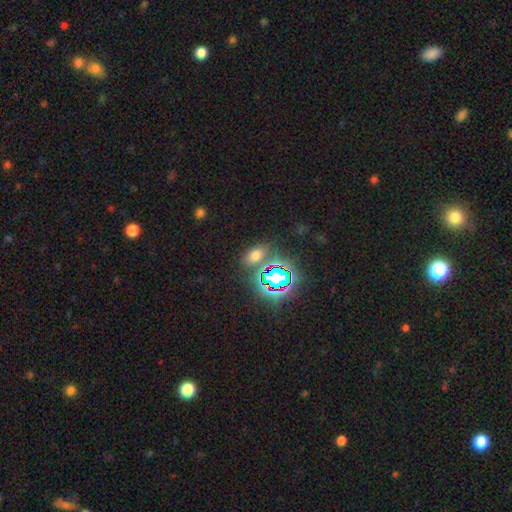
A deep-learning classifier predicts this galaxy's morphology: Overall: smooth (55%; star or artifact 36%). How rounded: in between (82%). Merging: none (76%).